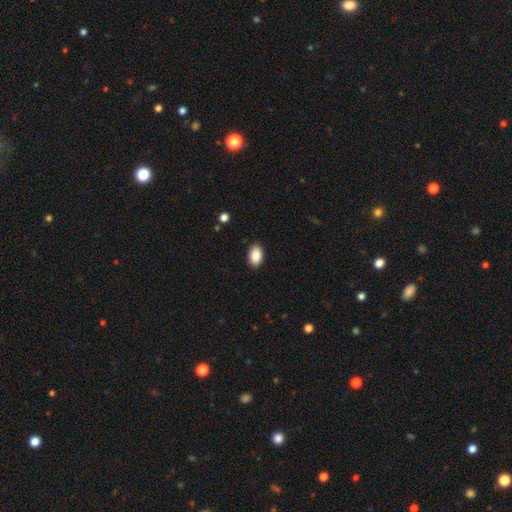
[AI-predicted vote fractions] The model was most divided on "merging": none: 89%, minor disturbance: 8%, major disturbance: 2%, merger: 1%. More confident: how rounded — in between (90%); smooth or featured — smooth (89%).